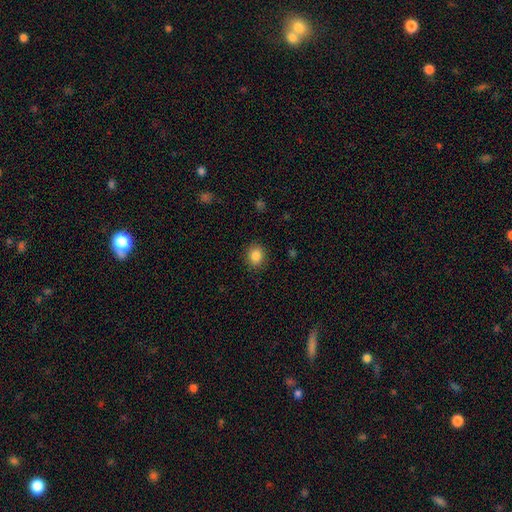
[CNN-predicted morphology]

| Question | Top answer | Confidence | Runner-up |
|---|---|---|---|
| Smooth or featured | smooth | 85% | star or artifact (10%) |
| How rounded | round | 67% | in between (32%) |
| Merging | none | 89% | minor disturbance (8%) |